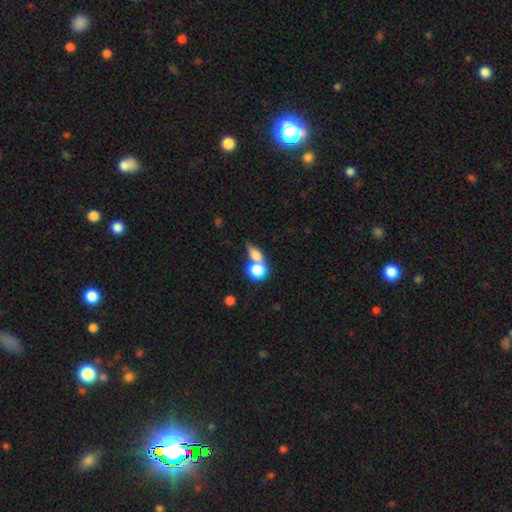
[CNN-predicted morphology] Smooth or featured? Predicted: smooth (p=0.74). How rounded? Predicted: round (p=0.47). Merging? Predicted: merger (p=0.55).